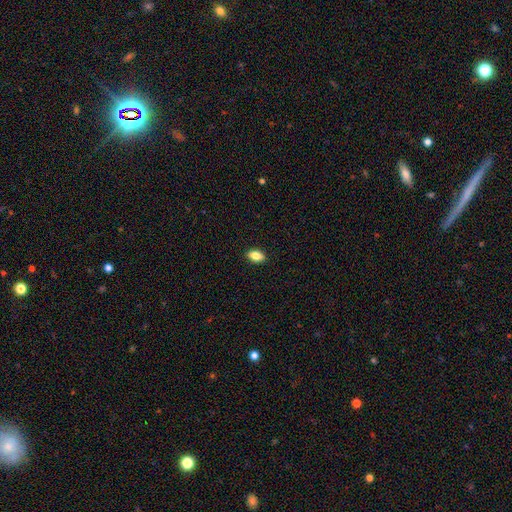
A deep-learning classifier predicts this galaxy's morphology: smooth_or_featured: smooth (p=0.84) [alt: star or artifact p=0.08]
how_rounded: in between (p=0.89) [alt: round p=0.07]
merging: none (p=0.90) [alt: minor disturbance p=0.07]